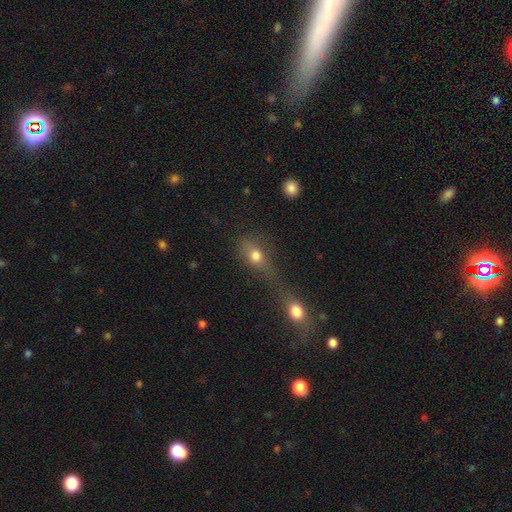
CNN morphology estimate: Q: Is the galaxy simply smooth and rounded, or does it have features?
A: smooth — 70%.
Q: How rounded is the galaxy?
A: in between — 52%.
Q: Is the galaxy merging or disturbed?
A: merger — 47%.